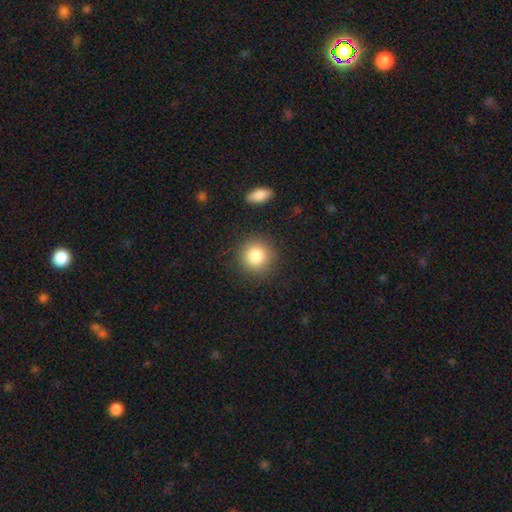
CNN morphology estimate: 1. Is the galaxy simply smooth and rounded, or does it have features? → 83% smooth, 10% star or artifact, 7% featured or disk.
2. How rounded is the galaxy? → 92% round, 7% in between, 1% cigar-shaped.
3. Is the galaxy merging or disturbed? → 88% none, 8% minor disturbance, 3% major disturbance, 2% merger.